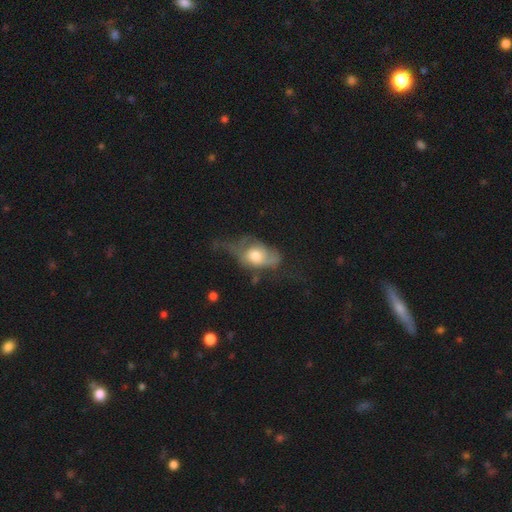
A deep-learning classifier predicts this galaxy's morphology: Smooth or featured: smooth — 49% (featured or disk — 44%)
Merging: major disturbance — 49% (minor disturbance — 26%)